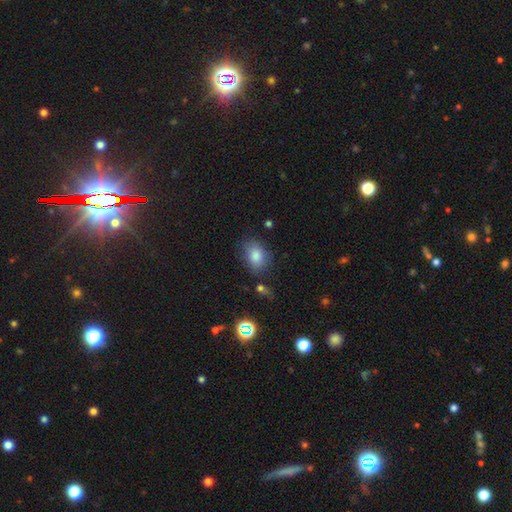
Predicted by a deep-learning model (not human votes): A smooth galaxy with no disk features (82%) that is in between round and cigar-shaped (66%). Merging: none (71%).